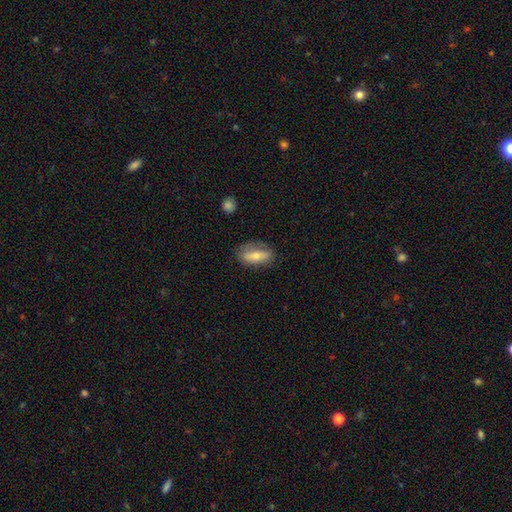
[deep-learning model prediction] Smooth or featured: smooth — 63% (featured or disk — 30%)
How rounded: in between — 78% (cigar-shaped — 18%)
Merging: none — 73% (minor disturbance — 19%)